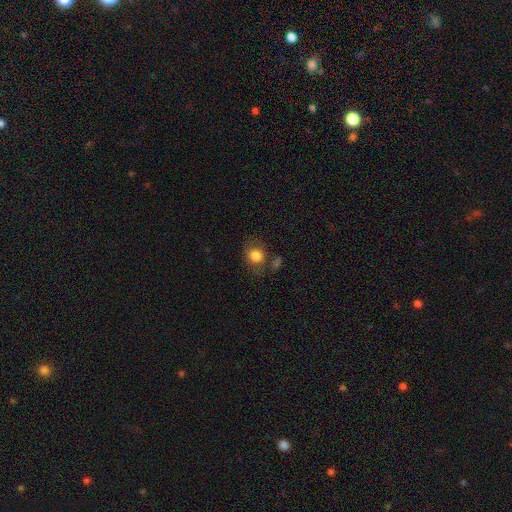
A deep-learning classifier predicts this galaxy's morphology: This appears to be a smooth galaxy with no disk features (81%) that is round (68%). Merging: none (65%).